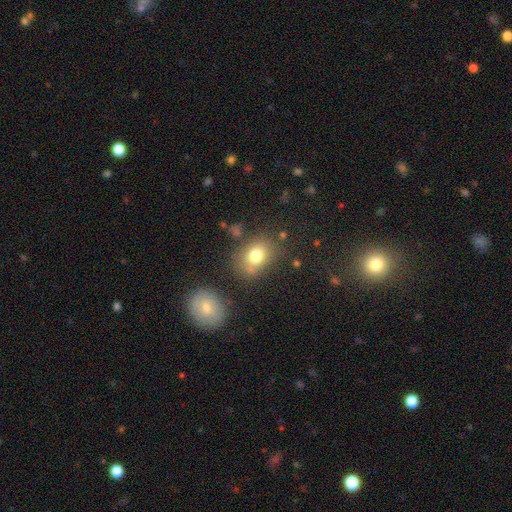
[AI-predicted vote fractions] Q: Smooth or featured?
A: smooth (78%); runner-up: featured or disk (11%)
Q: How rounded?
A: in between (59%); runner-up: round (39%)
Q: Merging?
A: none (70%); runner-up: minor disturbance (16%)